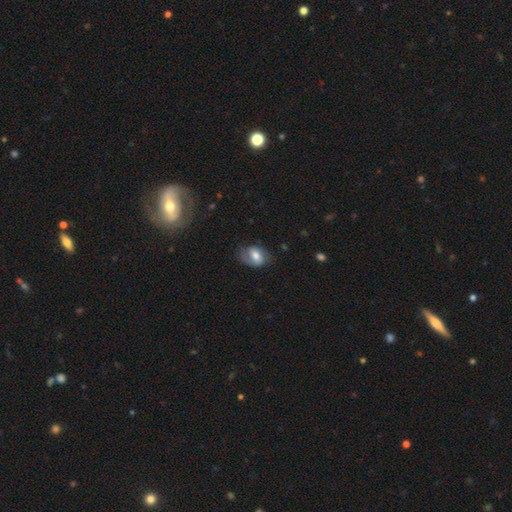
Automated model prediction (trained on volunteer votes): Smooth or featured? Predicted: smooth (p=0.52). How rounded? Predicted: in between (p=0.79). Merging? Predicted: none (p=0.60).